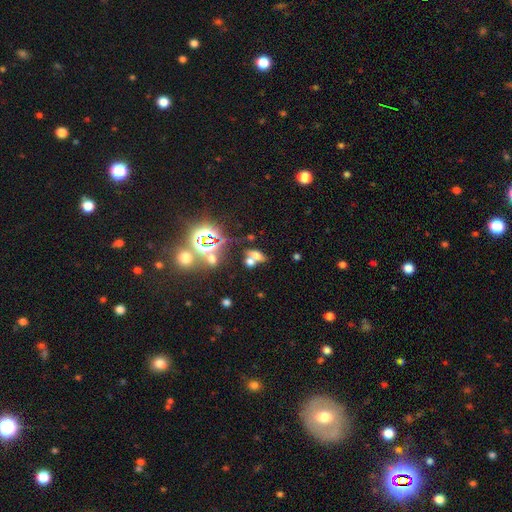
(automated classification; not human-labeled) A smooth galaxy with no disk features (52%) that is in between round and cigar-shaped (73%). Merging: merger (42%).